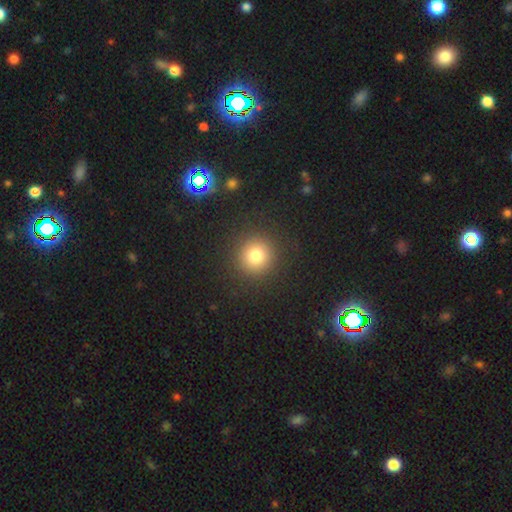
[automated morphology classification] Overall: smooth (79%). How rounded: round (93%). Merging: none (90%).